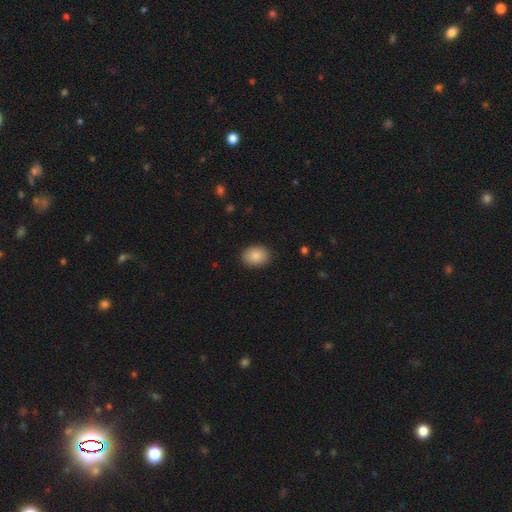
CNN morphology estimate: type=smooth (88%); roundness=in between (69%); merging=none (89%).